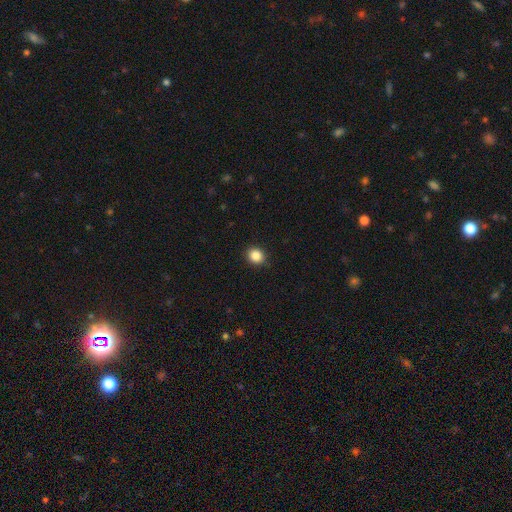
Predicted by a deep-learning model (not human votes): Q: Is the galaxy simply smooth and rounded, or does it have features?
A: smooth — 86%.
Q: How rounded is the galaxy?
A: round — 81%.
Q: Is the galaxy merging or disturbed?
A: none — 90%.